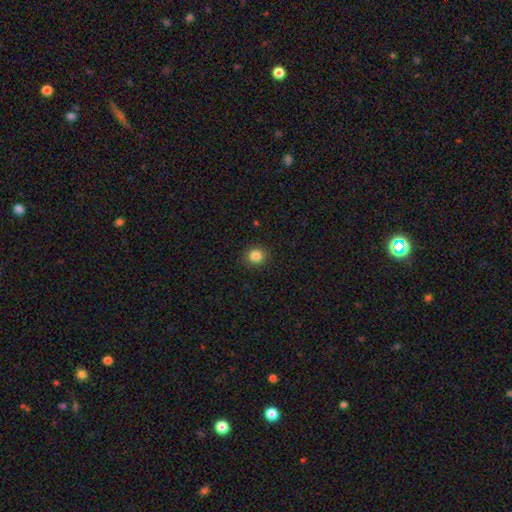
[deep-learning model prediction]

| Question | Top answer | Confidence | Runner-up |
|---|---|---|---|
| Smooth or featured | smooth | 84% | star or artifact (11%) |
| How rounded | round | 88% | in between (11%) |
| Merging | none | 91% | minor disturbance (6%) |